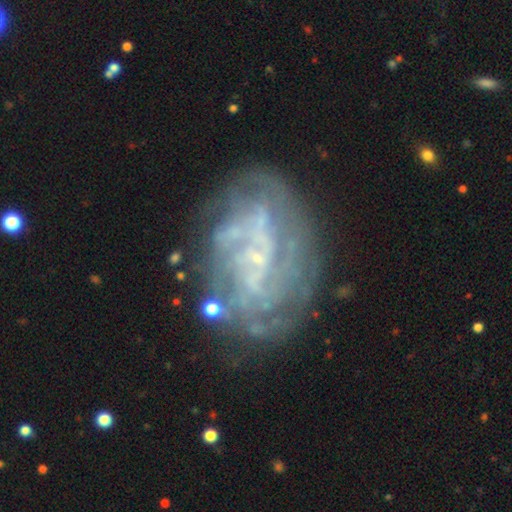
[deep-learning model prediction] A featured or disk galaxy (81%) with no bar (57%), tight (53%) spiral arms (79%) and a small central bulge (67%).

Vote fractions:
- Smooth or featured? featured or disk: 81% / smooth: 11% / star or artifact: 8%
- Edge-on disk? no: 97% / yes: 3%
- Bar? no: 57% / weak: 34% / strong: 10%
- Spiral arms? yes: 79% / no: 21%
- Spiral winding? tight: 53% / medium: 32% / loose: 15%
- Spiral arm count? can't tell: 47% / 2: 16% / 3: 12% / 4: 11% / more than 4: 7% / 1: 6%
- Bulge size? small: 67% / none: 24% / moderate: 7% / large: 1% / dominant: 1%
- Merging? none: 66% / minor disturbance: 18% / major disturbance: 12% / merger: 4%